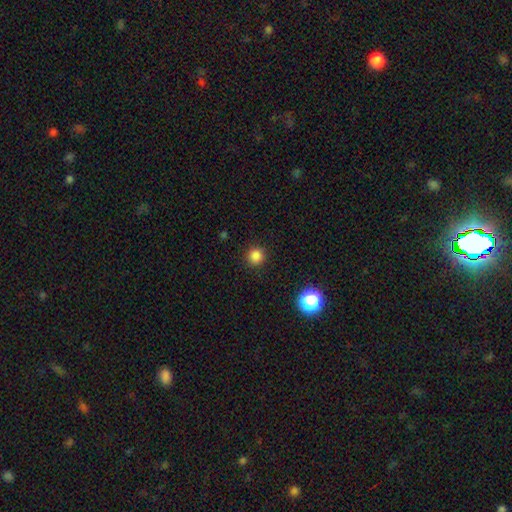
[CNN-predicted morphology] This appears to be a smooth galaxy with no disk features (83%) that is round (94%). Merging: none (91%).